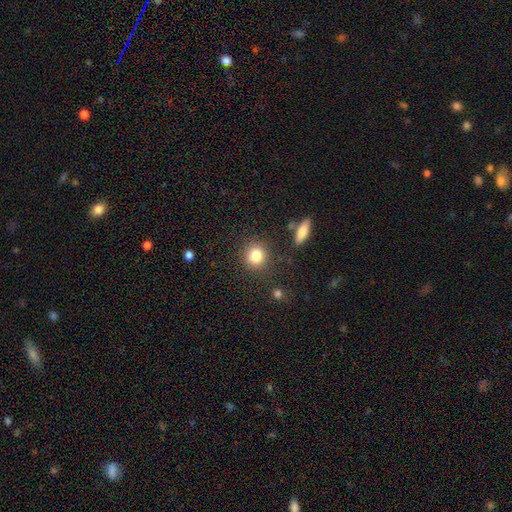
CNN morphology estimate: Overall: smooth (83%). How rounded: round (86%). Merging: none (85%).